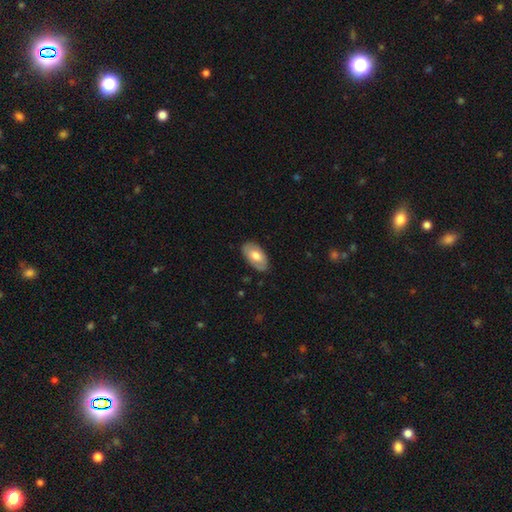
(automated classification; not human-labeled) Smooth or featured? smooth (64%)
How rounded? in between (95%)
Merging? none (80%)